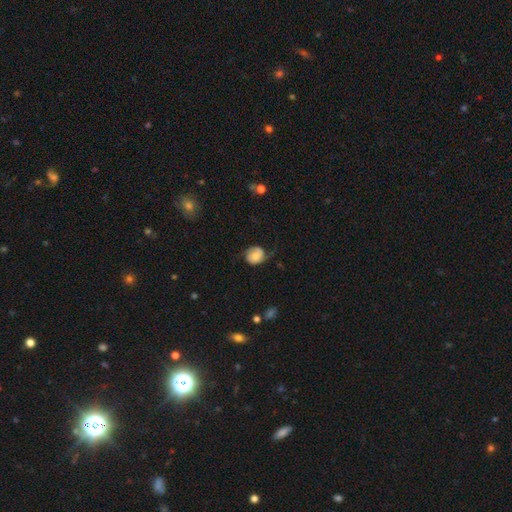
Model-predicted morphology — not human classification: Smooth or featured? Predicted: featured or disk (p=0.50). Merging? Predicted: none (p=0.52).